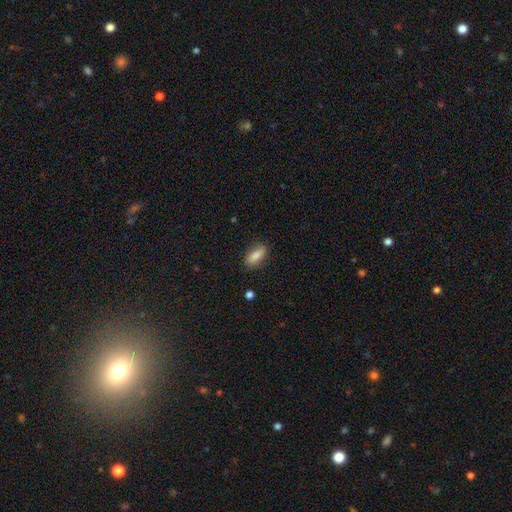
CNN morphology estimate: Smooth or featured?
  - smooth: 84% *
  - featured or disk: 9%
  - star or artifact: 7%
How rounded?
  - in between: 83% *
  - cigar-shaped: 14%
  - round: 3%
Merging?
  - none: 83% *
  - minor disturbance: 13%
  - major disturbance: 3%
  - merger: 1%